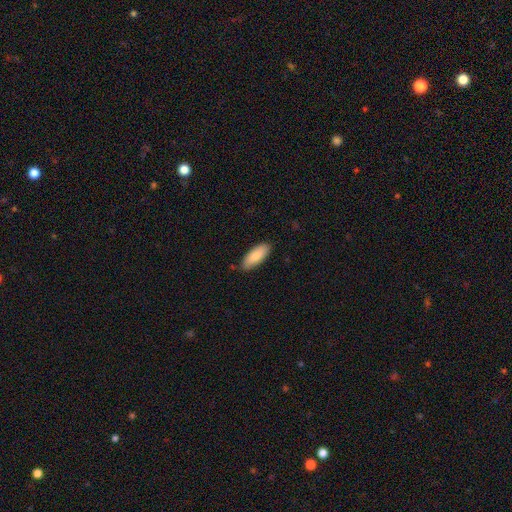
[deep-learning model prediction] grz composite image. It shows a smooth galaxy with no disk features (83%) that is in between round and cigar-shaped (78%). Merging: none (84%).